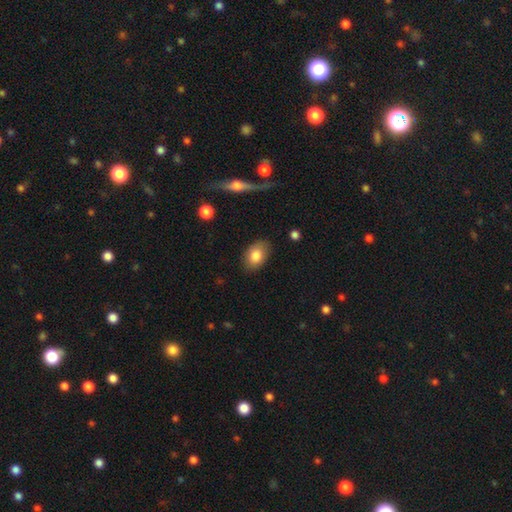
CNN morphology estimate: Q: Smooth or featured?
A: smooth (81%); runner-up: featured or disk (12%)
Q: How rounded?
A: in between (85%); runner-up: round (14%)
Q: Merging?
A: none (83%); runner-up: minor disturbance (13%)